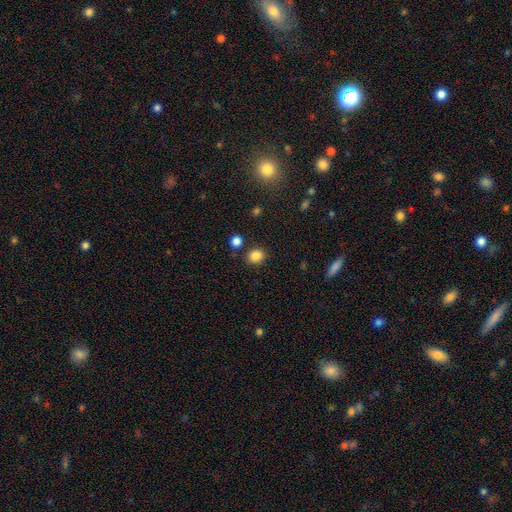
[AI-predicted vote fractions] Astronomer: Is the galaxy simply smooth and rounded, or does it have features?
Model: smooth — 84%.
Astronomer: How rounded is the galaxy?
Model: round — 64%.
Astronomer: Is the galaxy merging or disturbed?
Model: none — 84%.